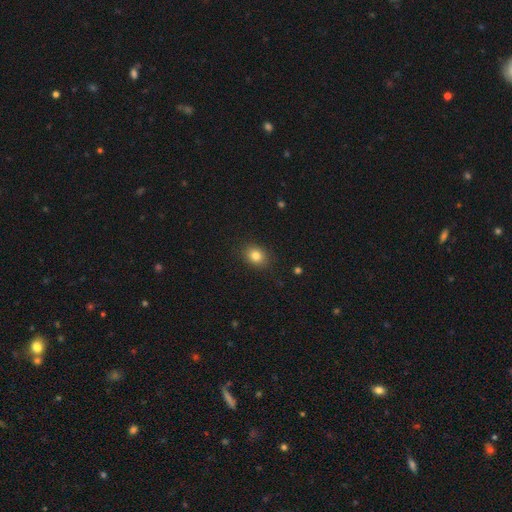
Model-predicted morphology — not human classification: Smooth or featured? Predicted: smooth (p=0.83). How rounded? Predicted: in between (p=0.53). Merging? Predicted: none (p=0.88).